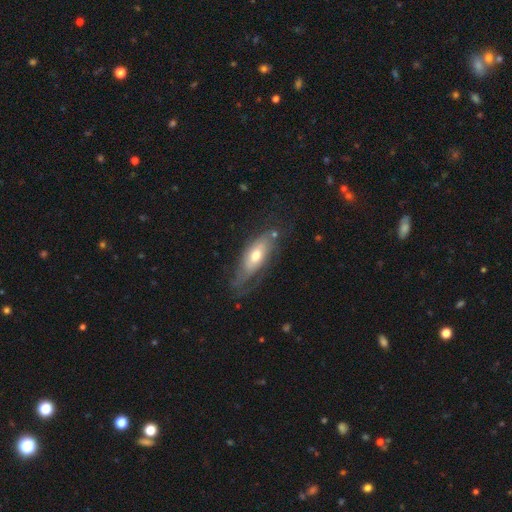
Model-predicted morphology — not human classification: A featured or disk galaxy (52%).

Vote fractions:
- Smooth or featured? featured or disk: 52% / smooth: 41% / star or artifact: 7%
- Edge-on disk? no: 72% / yes: 28%
- Merging? none: 51% / minor disturbance: 28% / major disturbance: 18% / merger: 3%